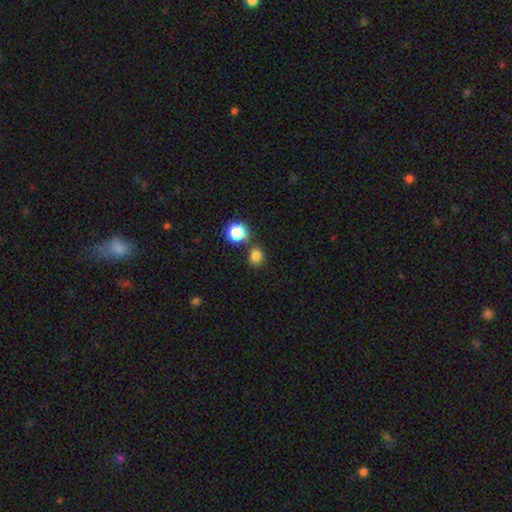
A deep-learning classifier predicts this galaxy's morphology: A smooth galaxy with no disk features (80%) that is round (78%).

Vote fractions:
- Smooth or featured? smooth: 80% / star or artifact: 16% / featured or disk: 5%
- How rounded? round: 78% / in between: 21% / cigar-shaped: 1%
- Merging? none: 69% / merger: 17% / minor disturbance: 11% / major disturbance: 4%